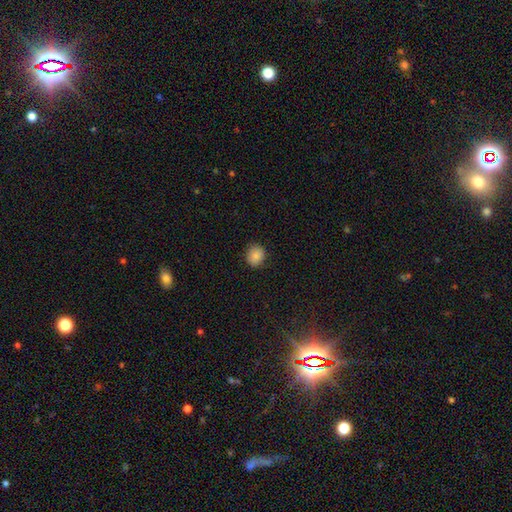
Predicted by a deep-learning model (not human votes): A smooth galaxy with no disk features (85%) that is round (78%).

Vote fractions:
- Smooth or featured? smooth: 85% / star or artifact: 9% / featured or disk: 6%
- How rounded? round: 78% / in between: 21% / cigar-shaped: 1%
- Merging? none: 87% / minor disturbance: 10% / major disturbance: 2% / merger: 1%